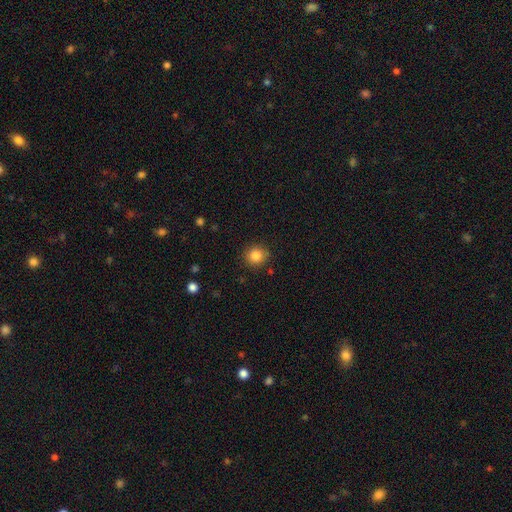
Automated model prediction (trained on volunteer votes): Q: Smooth or featured?
A: smooth (85%); runner-up: star or artifact (10%)
Q: How rounded?
A: round (89%); runner-up: in between (10%)
Q: Merging?
A: none (88%); runner-up: minor disturbance (8%)